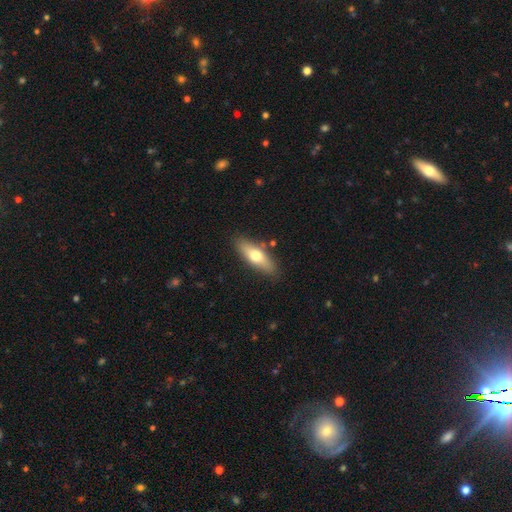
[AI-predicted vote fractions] smooth-or-featured: smooth: 63% | featured or disk: 32% | star or artifact: 6%
  how-rounded: in between: 57% | cigar-shaped: 40% | round: 3%
  merging: none: 84% | minor disturbance: 11% | merger: 3% | major disturbance: 2%